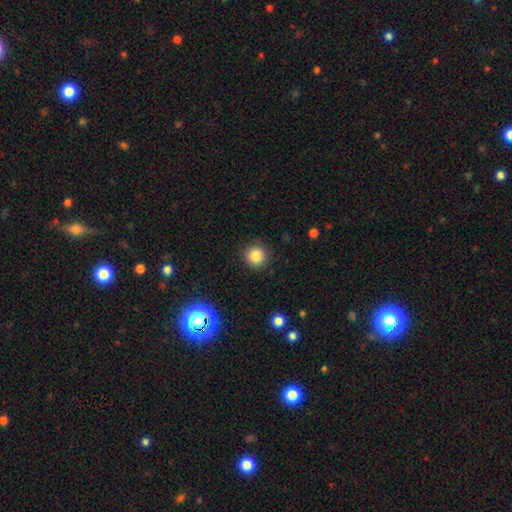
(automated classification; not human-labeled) Smooth or featured? Predicted: smooth (p=0.84). How rounded? Predicted: round (p=0.94). Merging? Predicted: none (p=0.90).